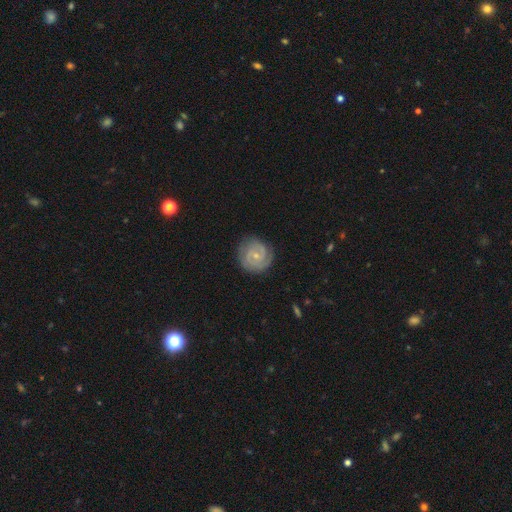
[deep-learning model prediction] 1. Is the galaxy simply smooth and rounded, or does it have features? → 84% featured or disk, 11% smooth, 5% star or artifact.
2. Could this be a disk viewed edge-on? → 98% no, 2% yes.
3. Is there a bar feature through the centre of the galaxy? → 59% no, 35% weak, 6% strong.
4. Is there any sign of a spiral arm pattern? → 96% yes, 4% no.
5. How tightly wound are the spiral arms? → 69% tight, 26% medium, 5% loose.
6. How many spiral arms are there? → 60% 2, 16% 3, 14% can't tell, 4% 1, 3% 4, 3% more than 4.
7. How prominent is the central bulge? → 71% small, 25% moderate, 2% none, 1% large, 1% dominant.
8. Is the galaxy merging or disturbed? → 81% none, 14% minor disturbance, 4% major disturbance, 1% merger.